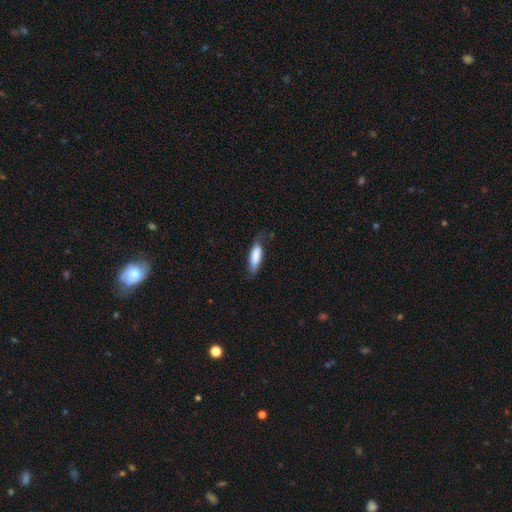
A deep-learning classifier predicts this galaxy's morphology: smooth_or_featured: smooth (p=0.80) [alt: featured or disk p=0.14]
how_rounded: in between (p=0.56) [alt: cigar-shaped p=0.42]
merging: none (p=0.58) [alt: minor disturbance p=0.30]